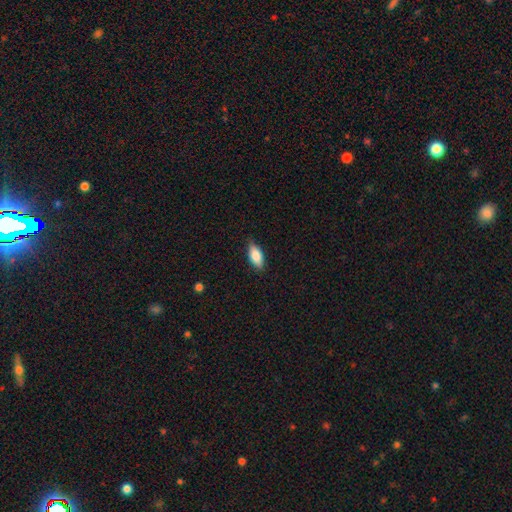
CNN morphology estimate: smooth_or_featured: smooth (p=0.81) [alt: featured or disk p=0.13]
how_rounded: in between (p=0.85) [alt: cigar-shaped p=0.13]
merging: none (p=0.83) [alt: minor disturbance p=0.13]